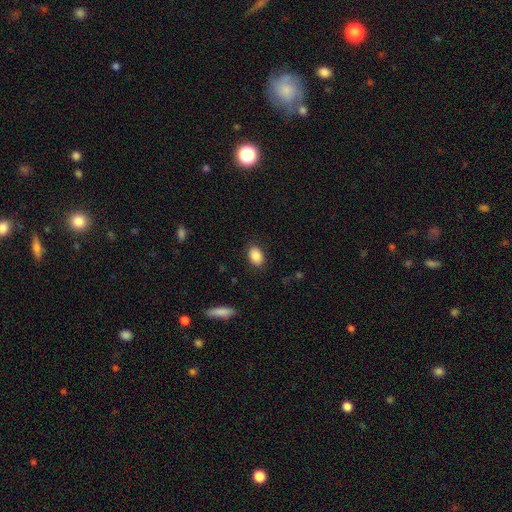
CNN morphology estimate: This appears to be a smooth galaxy with no disk features (88%) that is in between round and cigar-shaped (84%). Merging: none (87%).